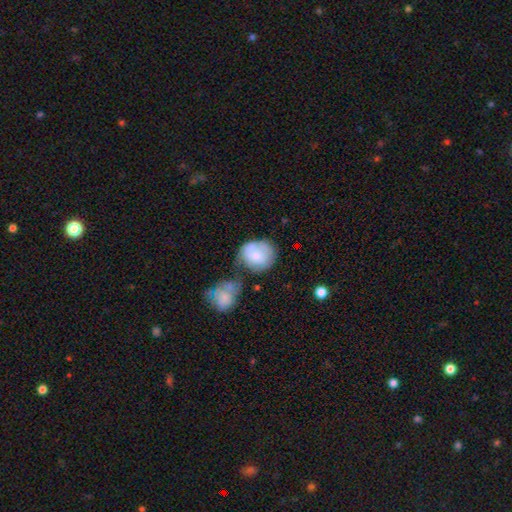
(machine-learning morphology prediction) smooth_or_featured: smooth (p=0.70) [alt: featured or disk p=0.23]
how_rounded: round (p=0.77) [alt: in between p=0.22]
merging: none (p=0.42) [alt: merger p=0.25]